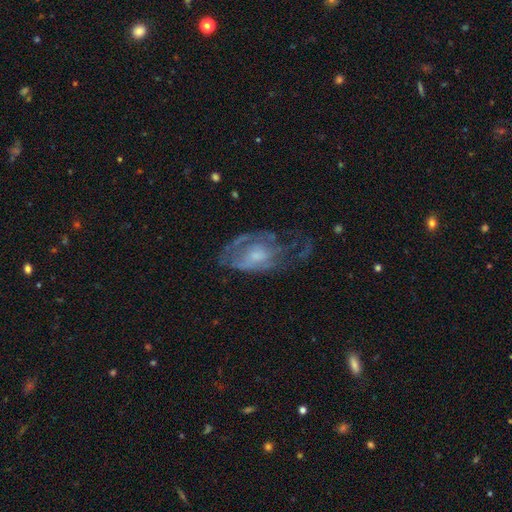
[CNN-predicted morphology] Smooth or featured: featured or disk — 69% (smooth — 22%)
Edge-on disk: no — 94% (yes — 6%)
Bar: no — 71% (weak — 25%)
Spiral arms: yes — 65% (no — 35%)
Bulge size: moderate — 39% (small — 38%)
Merging: none — 40% (major disturbance — 33%)